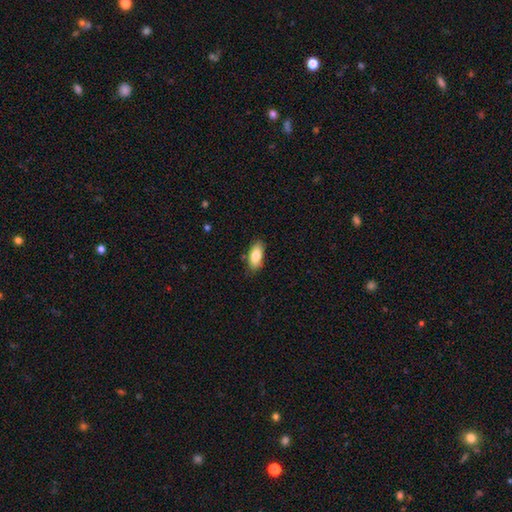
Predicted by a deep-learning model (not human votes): A smooth galaxy with no disk features (81%) that is in between round and cigar-shaped (87%). Merging: none (83%).